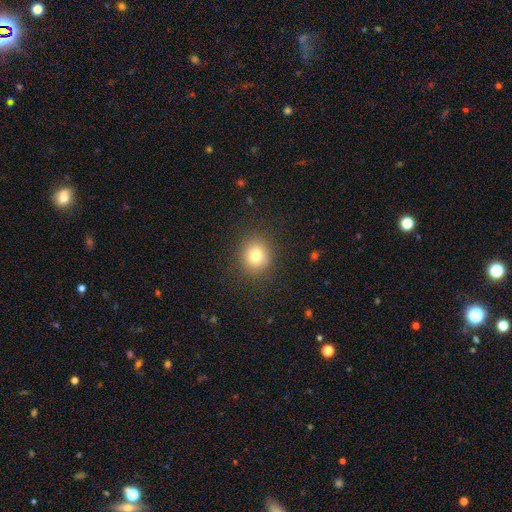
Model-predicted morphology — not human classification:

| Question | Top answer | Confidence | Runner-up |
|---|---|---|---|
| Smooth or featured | smooth | 78% | star or artifact (13%) |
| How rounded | round | 87% | in between (12%) |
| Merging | none | 89% | minor disturbance (7%) |